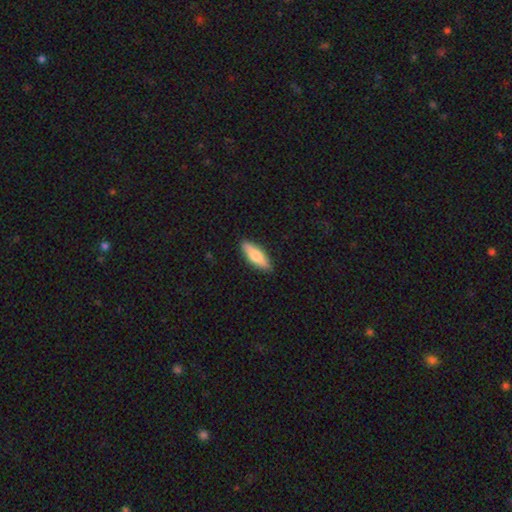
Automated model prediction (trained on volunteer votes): smooth-or-featured: smooth: 68% | featured or disk: 27% | star or artifact: 5%
  how-rounded: in between: 49% | cigar-shaped: 48% | round: 2%
  merging: none: 89% | minor disturbance: 8% | major disturbance: 2% | merger: 1%